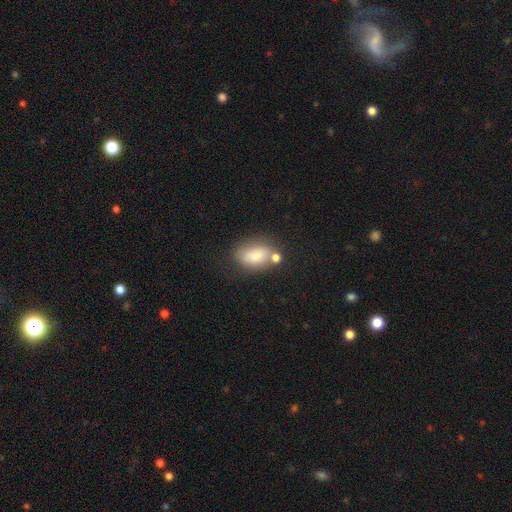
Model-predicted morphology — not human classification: Smooth or featured?
  - smooth: 74% *
  - featured or disk: 17%
  - star or artifact: 9%
How rounded?
  - in between: 82% *
  - round: 15%
  - cigar-shaped: 3%
Merging?
  - none: 51% *
  - merger: 22%
  - minor disturbance: 20%
  - major disturbance: 7%